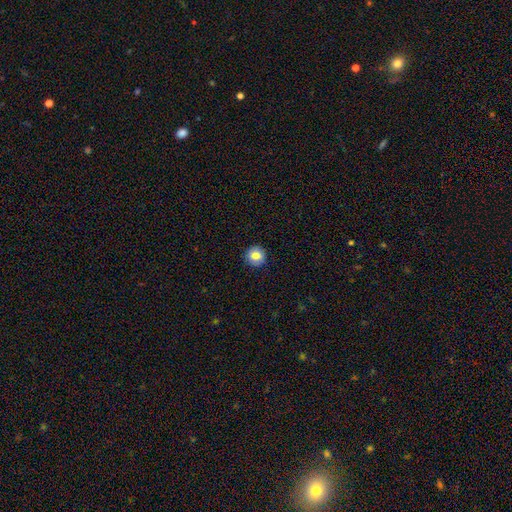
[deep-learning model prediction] This is clearly a smooth galaxy (81%). How rounded: clearly round (94%). Merging: clearly none (91%).